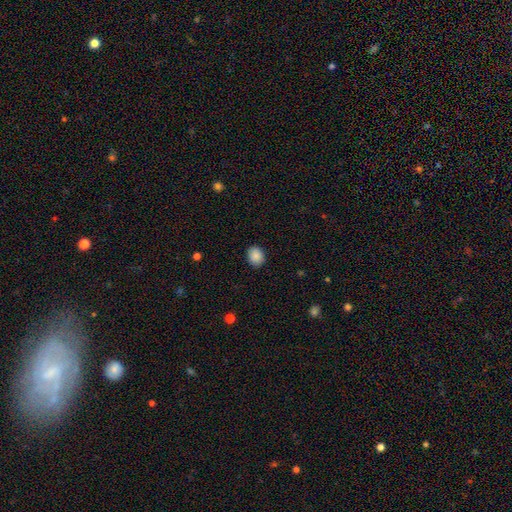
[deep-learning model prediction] A smooth galaxy with no disk features (88%) that is round (53%).

Vote fractions:
- Smooth or featured? smooth: 88% / star or artifact: 8% / featured or disk: 4%
- How rounded? round: 53% / in between: 46% / cigar-shaped: 1%
- Merging? none: 88% / minor disturbance: 9% / major disturbance: 2% / merger: 1%